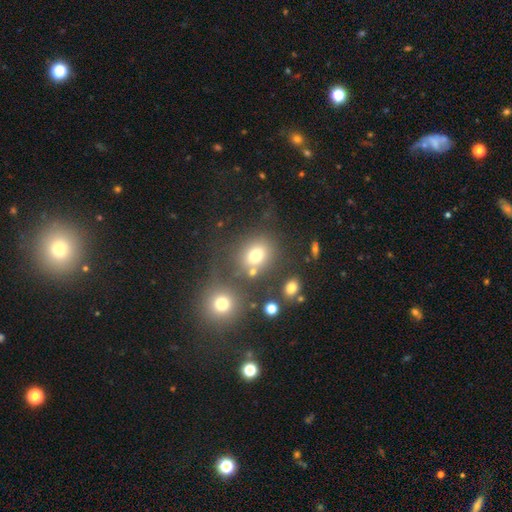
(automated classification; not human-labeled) Smooth or featured?
  - smooth: 72% *
  - star or artifact: 17%
  - featured or disk: 12%
How rounded?
  - round: 62% *
  - in between: 37%
  - cigar-shaped: 1%
Merging?
  - none: 62% *
  - merger: 17%
  - minor disturbance: 13%
  - major disturbance: 8%